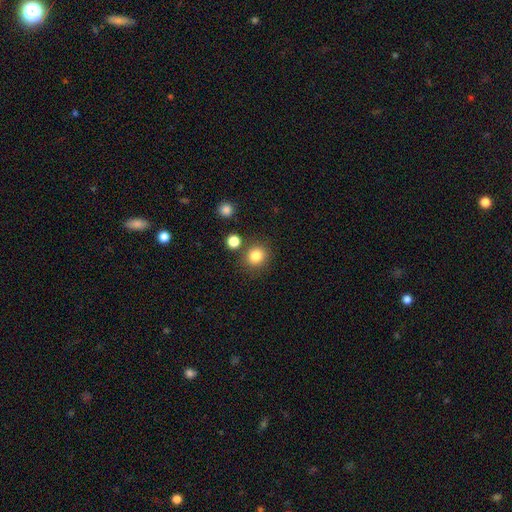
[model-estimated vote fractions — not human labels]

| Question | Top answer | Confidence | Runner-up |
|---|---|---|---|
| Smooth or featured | smooth | 83% | star or artifact (11%) |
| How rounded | round | 86% | in between (14%) |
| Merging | none | 81% | minor disturbance (9%) |